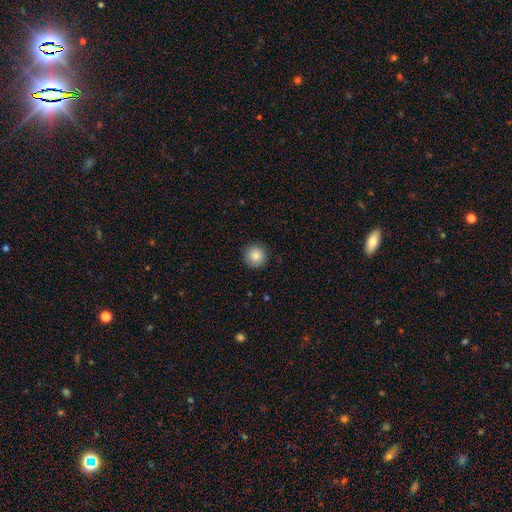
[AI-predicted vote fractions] Smooth or featured? Predicted: smooth (p=0.85). How rounded? Predicted: round (p=0.95). Merging? Predicted: none (p=0.90).